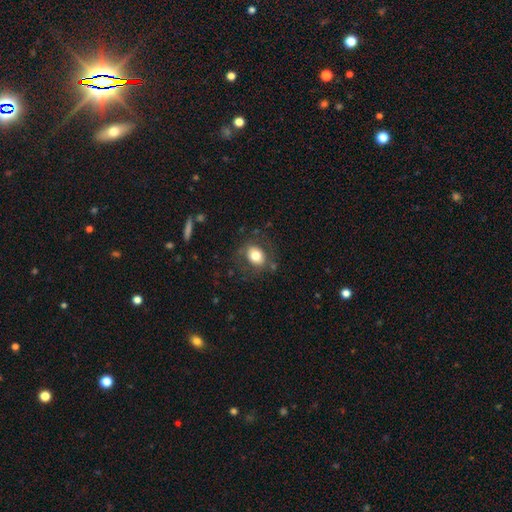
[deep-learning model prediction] smooth 76%, featured or disk 15%, star or artifact 9%. Down the decision tree: how rounded — in between (60%); merging — none (75%).